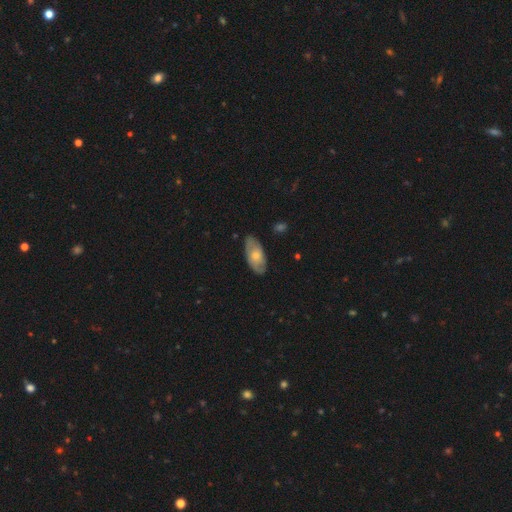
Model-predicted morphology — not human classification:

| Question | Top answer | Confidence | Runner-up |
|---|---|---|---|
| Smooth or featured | smooth | 51% | featured or disk (43%) |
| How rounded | in between | 91% | cigar-shaped (6%) |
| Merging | none | 79% | minor disturbance (17%) |